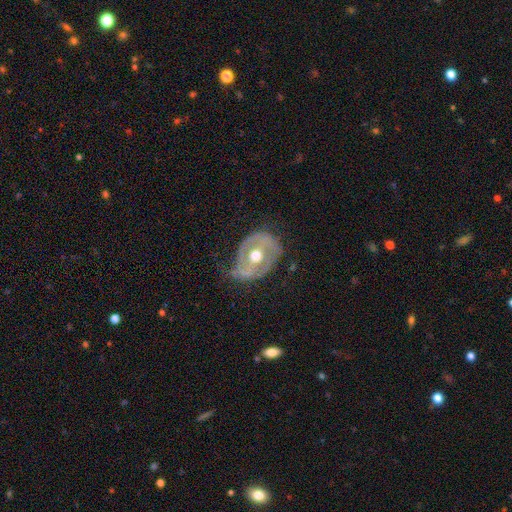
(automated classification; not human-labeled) smooth_or_featured: featured or disk (p=0.76) [alt: smooth p=0.18]
disk_edge_on: no (p=0.95) [alt: yes p=0.05]
bar: no (p=0.61) [alt: weak p=0.26]
has_spiral_arms: yes (p=0.56) [alt: no p=0.44]
bulge_size: moderate (p=0.78) [alt: large p=0.14]
merging: none (p=0.47) [alt: minor disturbance p=0.31]